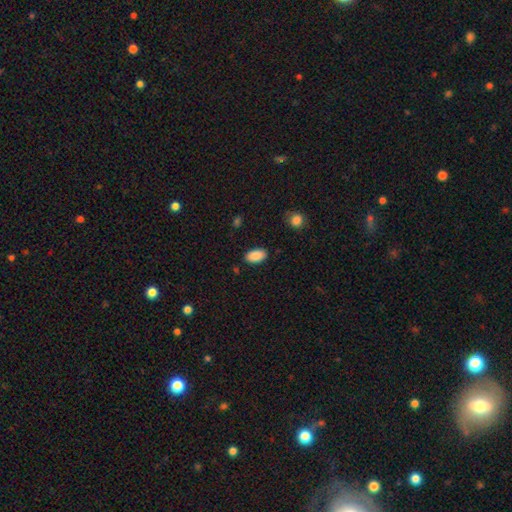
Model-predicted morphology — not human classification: Smooth or featured? smooth (88%)
How rounded? in between (94%)
Merging? none (86%)